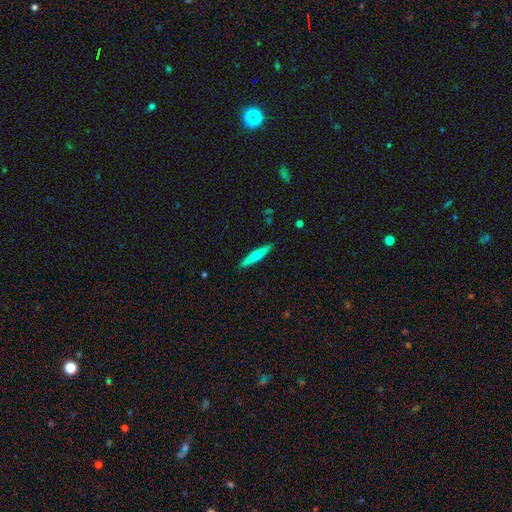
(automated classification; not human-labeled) Morphology: type=smooth (56%); roundness=cigar-shaped (93%); merging=none (91%).